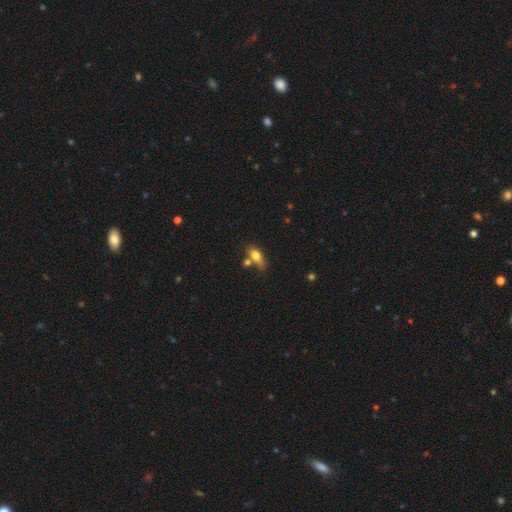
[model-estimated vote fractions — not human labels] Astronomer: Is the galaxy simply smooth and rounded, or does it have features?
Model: smooth — 72%.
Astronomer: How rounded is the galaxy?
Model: in between — 76%.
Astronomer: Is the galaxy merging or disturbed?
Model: none — 46% (runner-up: merger, 28%).